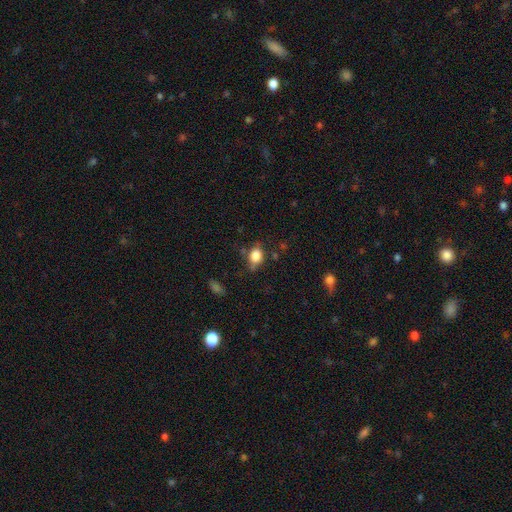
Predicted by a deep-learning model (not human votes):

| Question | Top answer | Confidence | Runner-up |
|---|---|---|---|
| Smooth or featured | smooth | 81% | star or artifact (10%) |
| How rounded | in between | 60% | round (38%) |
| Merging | none | 61% | minor disturbance (27%) |